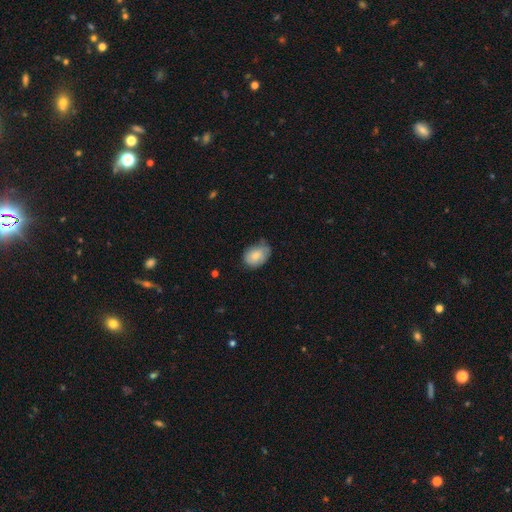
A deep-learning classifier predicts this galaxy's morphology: Overall: smooth (76%). How rounded: in between (74%). Merging: none (56%; minor disturbance 35%).